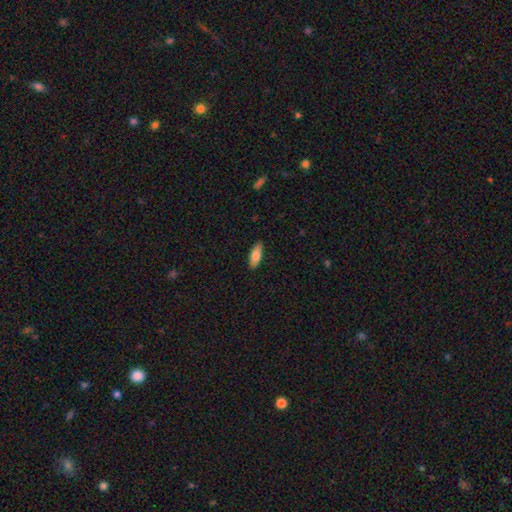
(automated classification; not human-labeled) This appears to be a smooth galaxy with no disk features (81%) that is in between round and cigar-shaped (70%). Merging: none (88%).